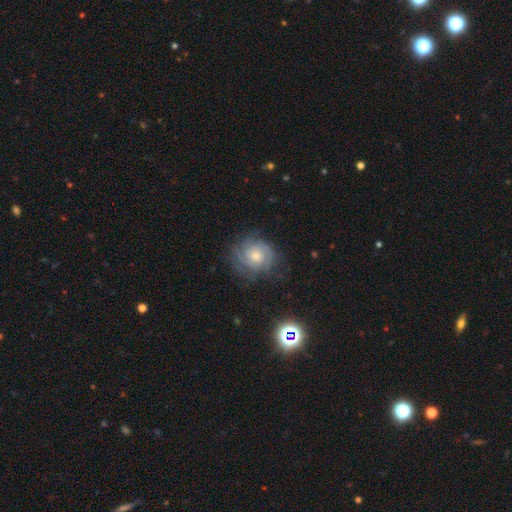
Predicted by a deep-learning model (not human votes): Morphology: type=featured or disk (67%); edge-on=no (97%); bar=no (75%); spiral arms=yes (91%); winding=tight (65%); arm count=can't tell (42%); bulge=moderate (46%, tied with small); merging=none (72%).